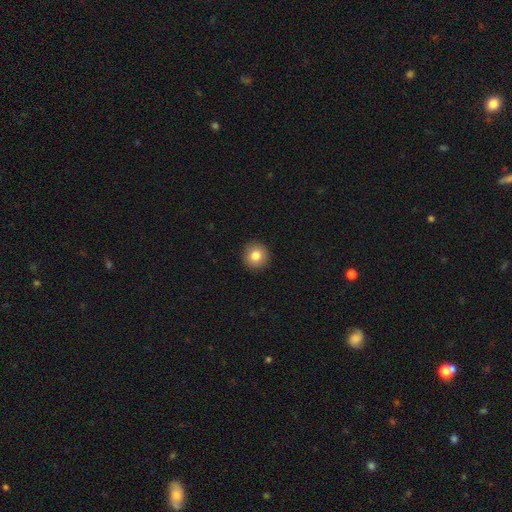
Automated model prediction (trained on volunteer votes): Overall: smooth (82%). How rounded: round (94%). Merging: none (93%).